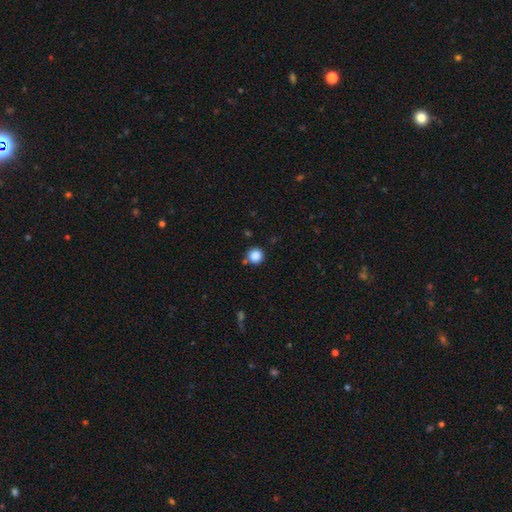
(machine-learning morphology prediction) Overall: smooth (87%). How rounded: round (95%). Merging: none (83%).